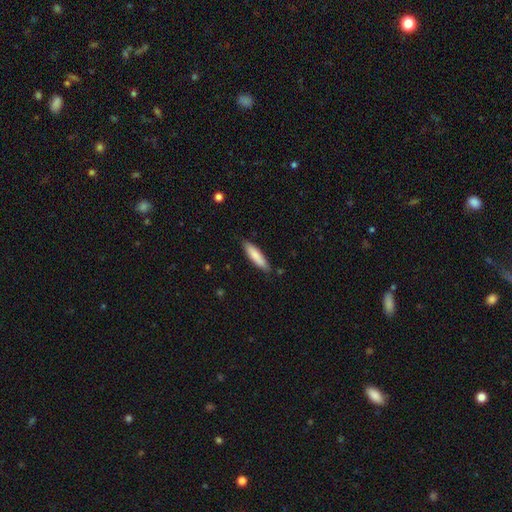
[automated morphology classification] Q: Smooth or featured?
A: smooth (82%); runner-up: featured or disk (12%)
Q: How rounded?
A: cigar-shaped (73%); runner-up: in between (25%)
Q: Merging?
A: none (84%); runner-up: minor disturbance (13%)